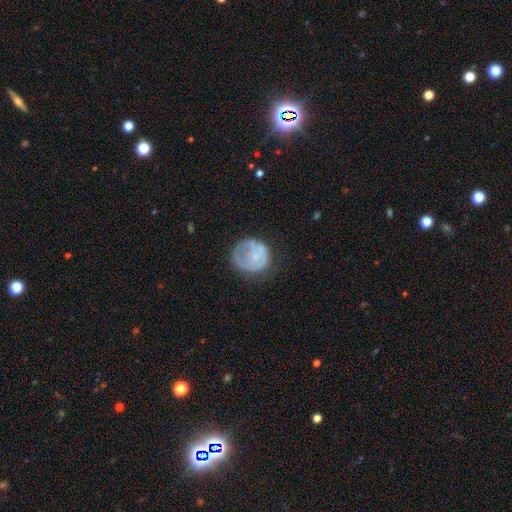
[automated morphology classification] Smooth or featured?
  - smooth: 55% *
  - featured or disk: 37%
  - star or artifact: 8%
How rounded?
  - round: 86% *
  - in between: 13%
  - cigar-shaped: 1%
Merging?
  - none: 50% *
  - minor disturbance: 26%
  - major disturbance: 22%
  - merger: 2%